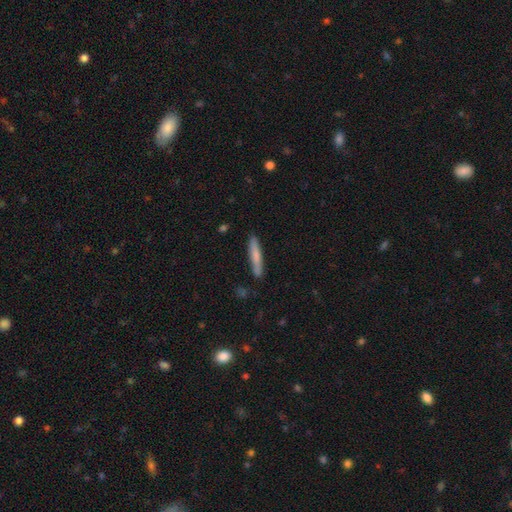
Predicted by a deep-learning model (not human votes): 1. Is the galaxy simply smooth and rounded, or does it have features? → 72% smooth, 22% featured or disk, 6% star or artifact.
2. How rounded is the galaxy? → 94% cigar-shaped, 5% in between, 1% round.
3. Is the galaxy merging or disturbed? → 87% none, 10% minor disturbance, 2% merger, 2% major disturbance.